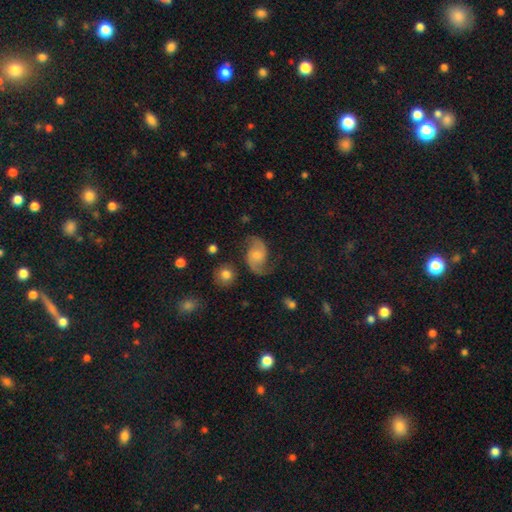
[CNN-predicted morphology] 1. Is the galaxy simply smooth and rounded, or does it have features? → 82% featured or disk, 10% smooth, 7% star or artifact.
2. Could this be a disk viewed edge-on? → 97% no, 3% yes.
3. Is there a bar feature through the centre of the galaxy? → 65% no, 29% weak, 6% strong.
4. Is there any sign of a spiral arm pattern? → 96% yes, 4% no.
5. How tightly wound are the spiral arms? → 46% loose, 42% medium, 12% tight.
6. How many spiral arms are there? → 92% 2, 3% can't tell, 2% 1, 1% 3, 1% 4, 1% more than 4.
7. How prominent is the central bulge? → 45% moderate, 41% small, 6% none, 6% large, 2% dominant.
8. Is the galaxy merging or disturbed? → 76% none, 15% minor disturbance, 7% major disturbance, 2% merger.